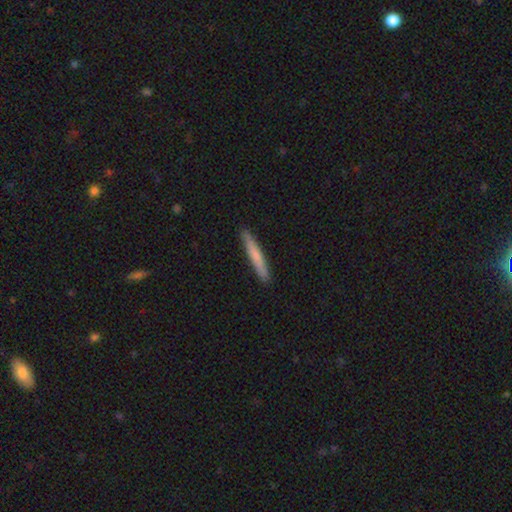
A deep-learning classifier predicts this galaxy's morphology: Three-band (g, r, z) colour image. It shows a smooth galaxy with no disk features (72%) that is cigar-shaped (96%). Merging: none (91%).